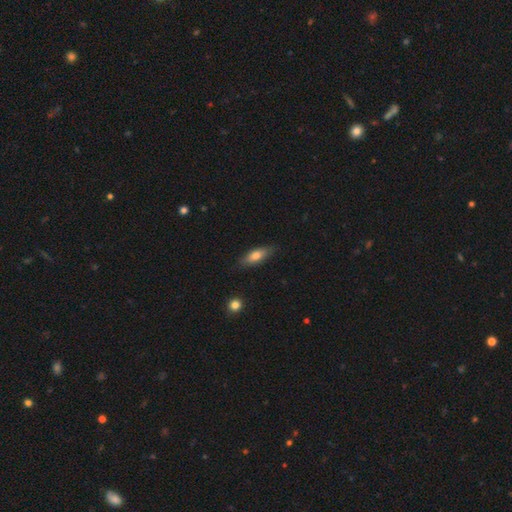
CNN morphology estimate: type=smooth (70%); roundness=in between (62%); merging=none (83%).